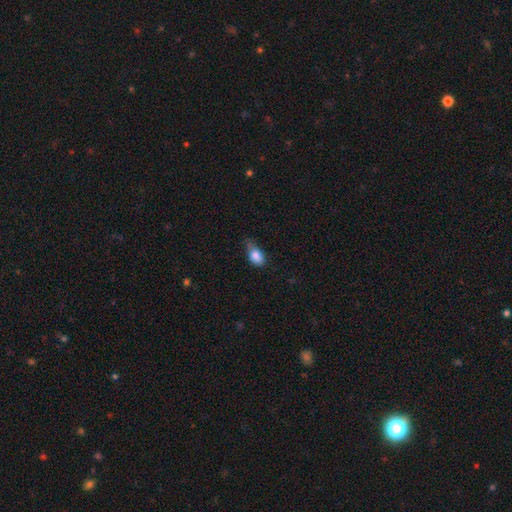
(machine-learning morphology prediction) Smooth or featured?
  - smooth: 84% *
  - star or artifact: 8%
  - featured or disk: 8%
How rounded?
  - in between: 84% *
  - round: 13%
  - cigar-shaped: 4%
Merging?
  - minor disturbance: 47% *
  - none: 33%
  - major disturbance: 18%
  - merger: 3%